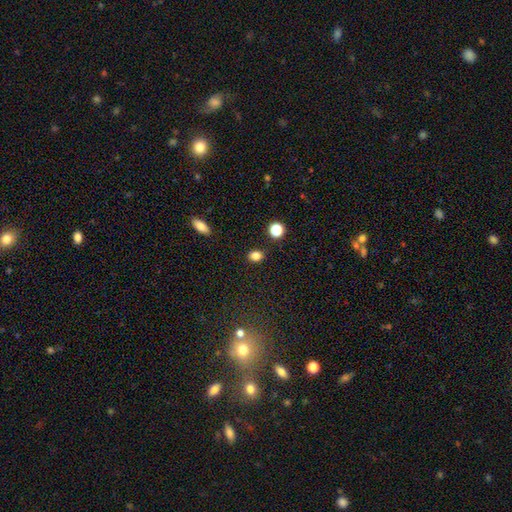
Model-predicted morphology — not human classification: smooth_or_featured: smooth (p=0.82) [alt: star or artifact p=0.13]
how_rounded: in between (p=0.50) [alt: round p=0.48]
merging: none (p=0.86) [alt: minor disturbance p=0.08]